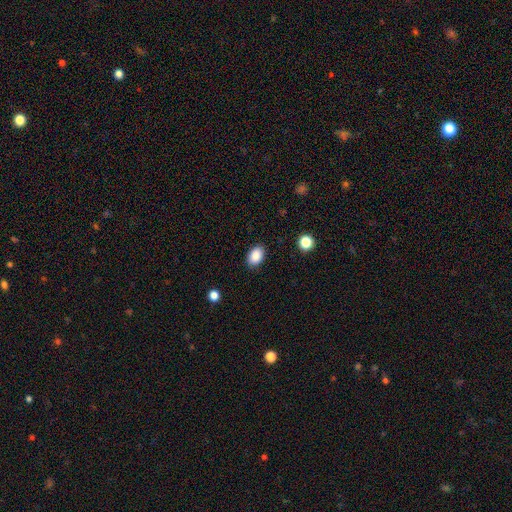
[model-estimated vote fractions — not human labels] smooth 88%, star or artifact 8%, featured or disk 3%. Down the decision tree: how rounded — in between (83%); merging — none (87%).